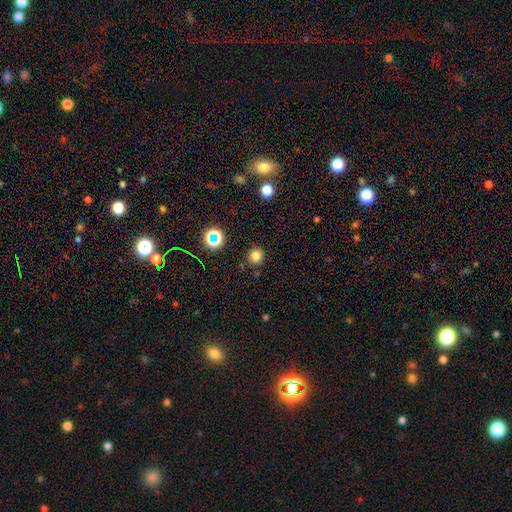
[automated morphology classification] type=smooth (78%); roundness=round (90%); merging=none (87%).